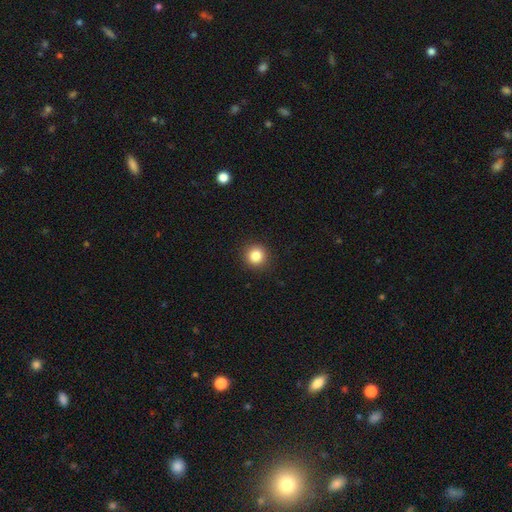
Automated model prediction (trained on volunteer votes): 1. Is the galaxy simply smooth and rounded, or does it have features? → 85% smooth, 11% star or artifact, 5% featured or disk.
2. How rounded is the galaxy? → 92% round, 7% in between, 1% cigar-shaped.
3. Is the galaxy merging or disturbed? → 91% none, 6% minor disturbance, 2% major disturbance, 1% merger.